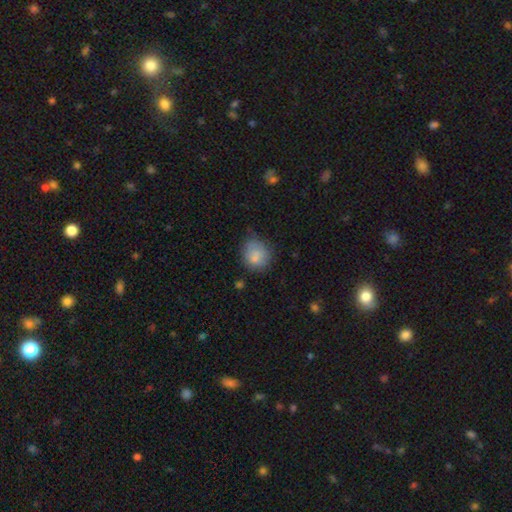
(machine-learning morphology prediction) smooth 81%, featured or disk 11%, star or artifact 9%. Down the decision tree: how rounded — round (71%); merging — none (59%).